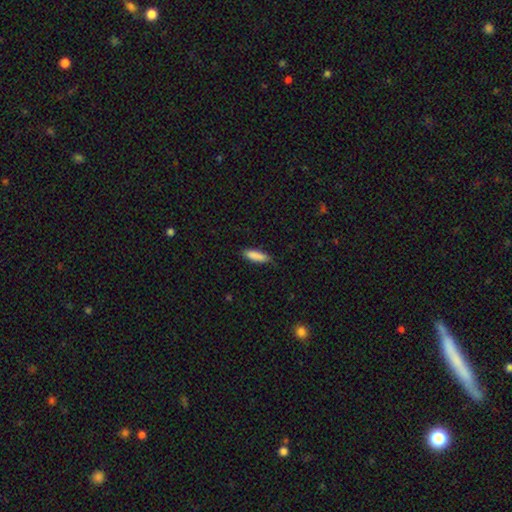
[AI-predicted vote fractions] Smooth or featured? smooth (88%)
How rounded? cigar-shaped (56%)
Merging? none (81%)